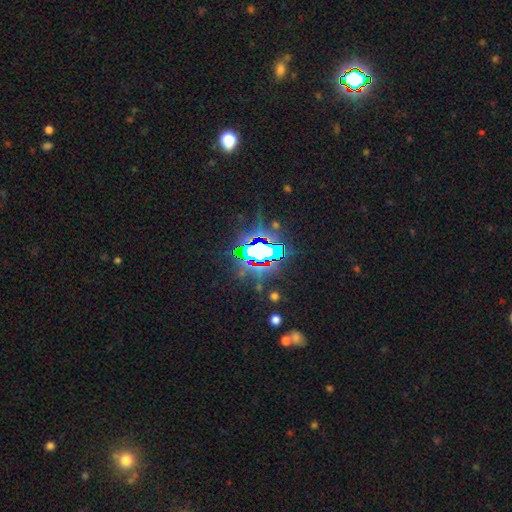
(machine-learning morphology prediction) smooth-or-featured: star or artifact: 74% | smooth: 13% | featured or disk: 13%